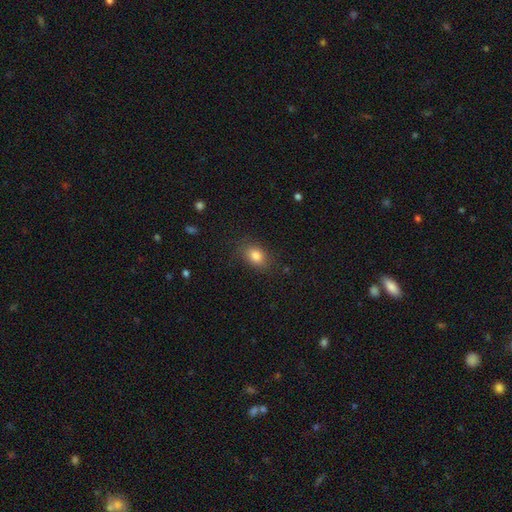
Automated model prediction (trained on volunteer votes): Smooth or featured: smooth — 83% (star or artifact — 10%)
How rounded: in between — 72% (round — 26%)
Merging: none — 82% (minor disturbance — 13%)